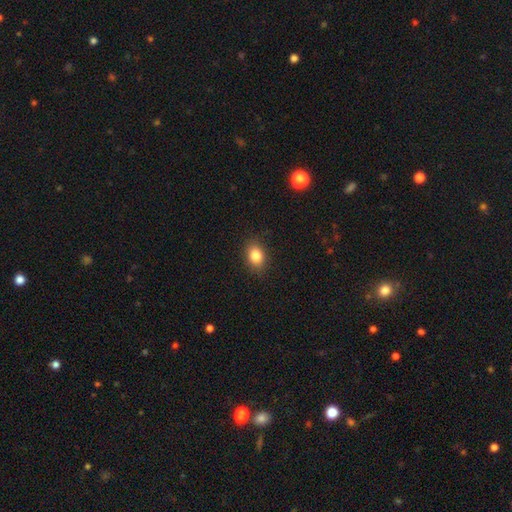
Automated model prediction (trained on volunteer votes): Smooth or featured? Predicted: smooth (p=0.84). How rounded? Predicted: in between (p=0.67). Merging? Predicted: none (p=0.86).